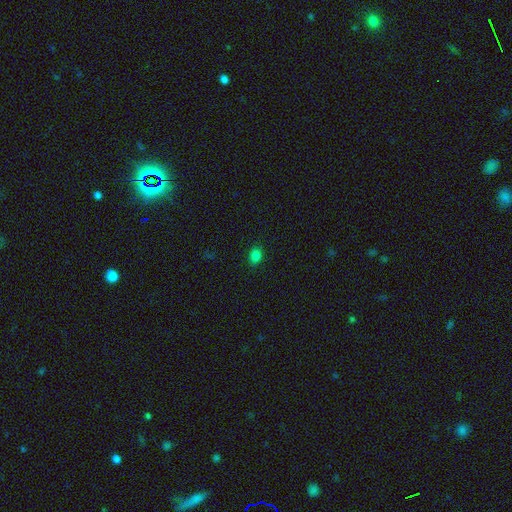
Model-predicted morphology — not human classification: A smooth galaxy with no disk features (82%) that is in between round and cigar-shaped (62%). Merging: none (87%).